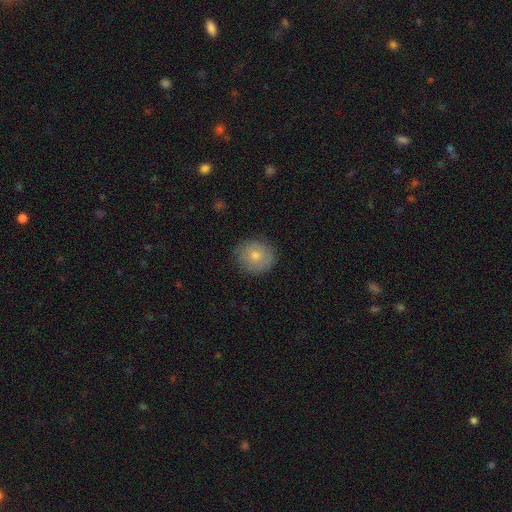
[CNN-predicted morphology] Smooth or featured? Predicted: smooth (p=0.70). How rounded? Predicted: round (p=0.86). Merging? Predicted: none (p=0.81).